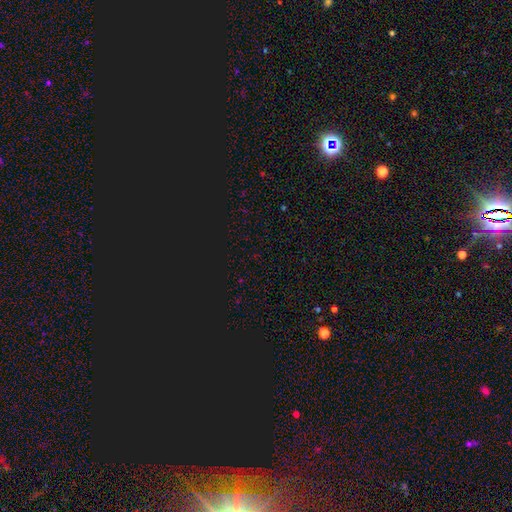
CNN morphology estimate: smooth_or_featured: star or artifact (p=0.73) [alt: smooth p=0.20]